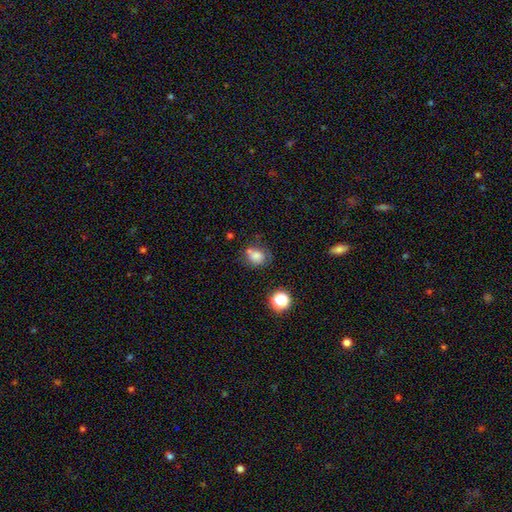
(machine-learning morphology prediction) smooth-or-featured: smooth: 76% | star or artifact: 13% | featured or disk: 10%
  how-rounded: round: 56% | in between: 43% | cigar-shaped: 1%
  merging: none: 53% | minor disturbance: 22% | merger: 17% | major disturbance: 9%